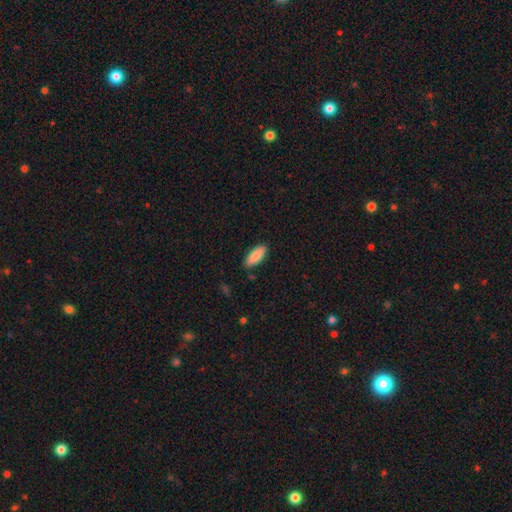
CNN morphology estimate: This is clearly a smooth galaxy (88%). How rounded: clearly in between (83%). Merging: clearly none (87%).